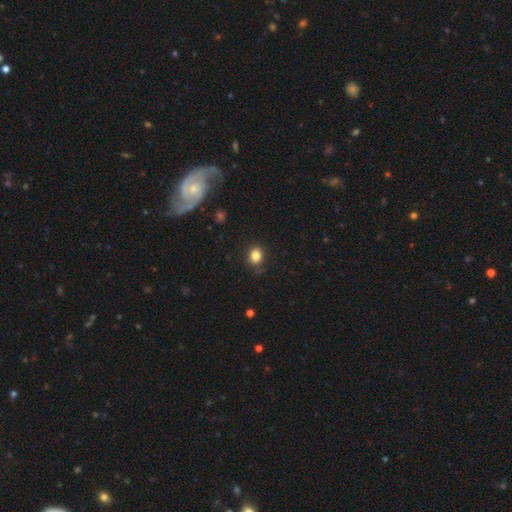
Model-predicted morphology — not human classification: type=smooth (83%); roundness=round (60%); merging=none (84%).